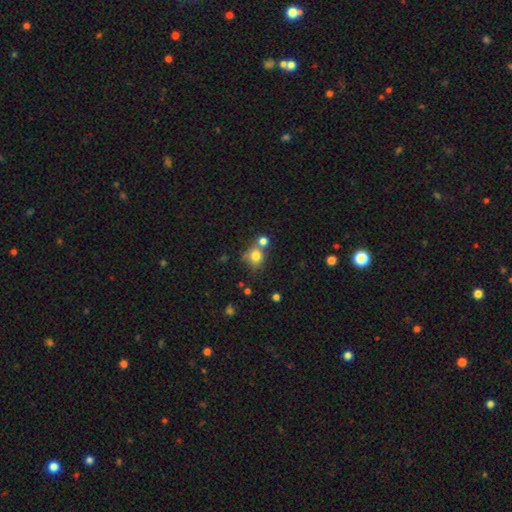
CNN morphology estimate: Smooth or featured: smooth — 79% (star or artifact — 12%)
How rounded: round — 73% (in between — 26%)
Merging: none — 47% (merger — 35%)